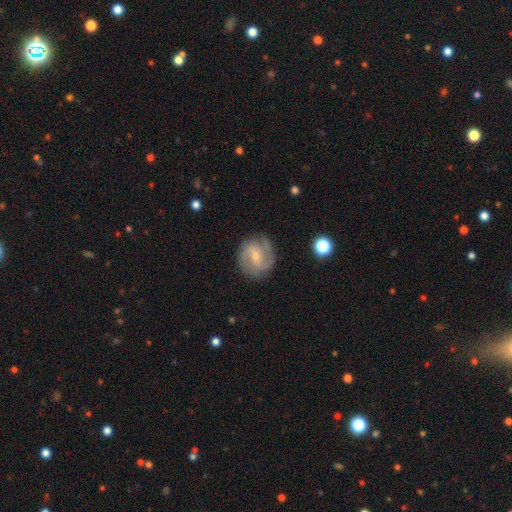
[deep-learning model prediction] Q: Smooth or featured?
A: featured or disk (74%); runner-up: smooth (20%)
Q: Edge-on disk?
A: no (97%); runner-up: yes (3%)
Q: Bar?
A: weak (51%); runner-up: no (31%)
Q: Spiral arms?
A: yes (92%); runner-up: no (8%)
Q: Spiral winding?
A: medium (47%); runner-up: tight (36%)
Q: Spiral arm count?
A: 2 (66%); runner-up: can't tell (14%)
Q: Bulge size?
A: small (62%); runner-up: moderate (33%)
Q: Merging?
A: none (80%); runner-up: minor disturbance (13%)